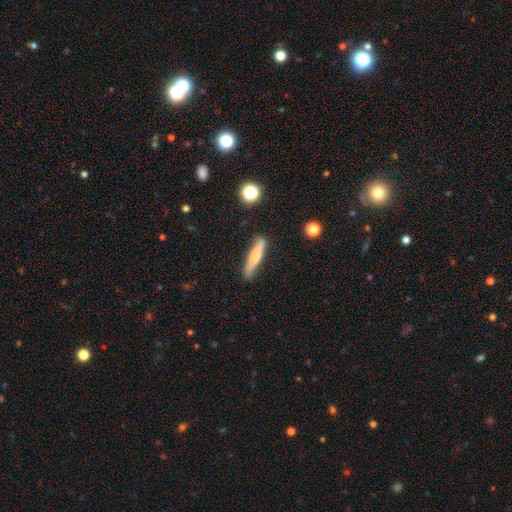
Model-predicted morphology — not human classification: This is likely a smooth galaxy (61%). How rounded: clearly cigar-shaped (89%). Merging: clearly none (82%).